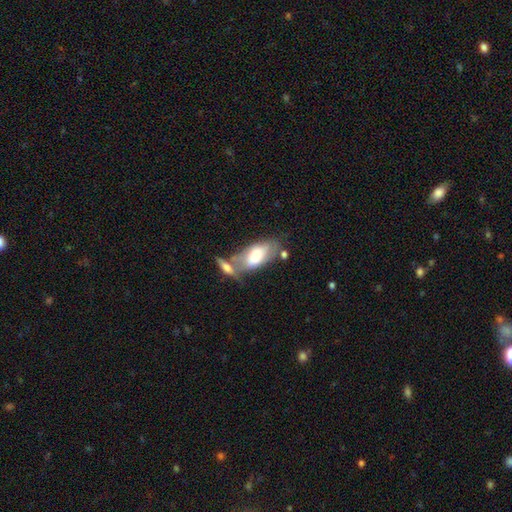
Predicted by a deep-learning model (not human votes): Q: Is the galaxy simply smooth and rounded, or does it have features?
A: smooth — 65%.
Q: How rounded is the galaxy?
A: in between — 89%.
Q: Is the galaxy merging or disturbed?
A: none — 43%.